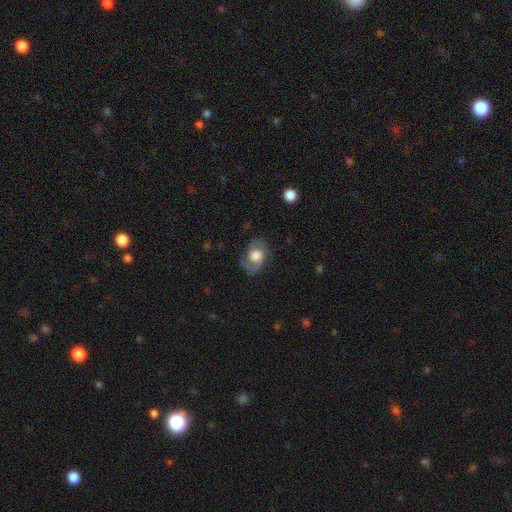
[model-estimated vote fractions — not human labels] Smooth or featured? featured or disk (66%)
Edge-on disk? no (97%)
Bar? no (70%)
Spiral arms? yes (88%)
Spiral winding? medium (51%)
Spiral arm count? 2 (88%)
Bulge size? large (58%)
Merging? none (72%)